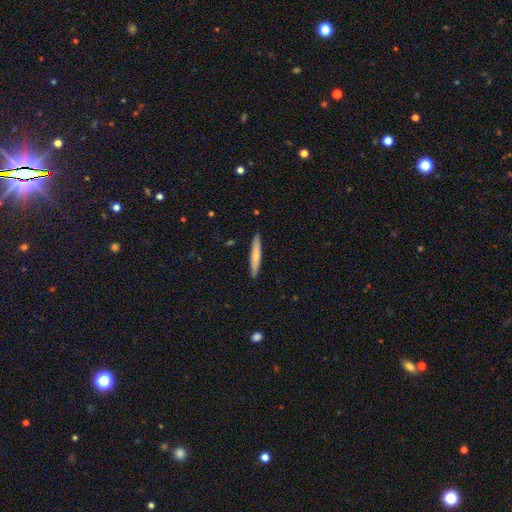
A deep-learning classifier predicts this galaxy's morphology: Overall: smooth (66%; featured or disk 28%). How rounded: cigar-shaped (94%). Merging: none (90%).